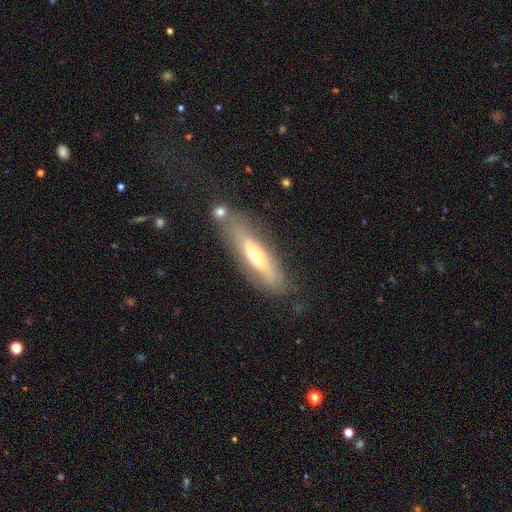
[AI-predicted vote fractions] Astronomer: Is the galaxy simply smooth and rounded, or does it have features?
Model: featured or disk — 50% (runner-up: smooth, 43%).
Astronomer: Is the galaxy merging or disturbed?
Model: none — 71%.